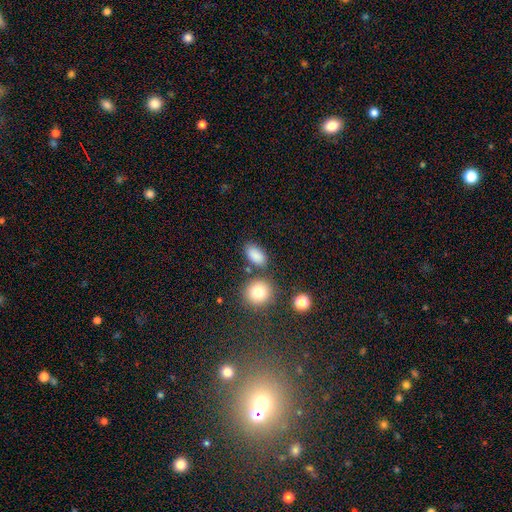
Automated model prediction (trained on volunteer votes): Smooth or featured? smooth (85%)
How rounded? in between (86%)
Merging? none (76%)